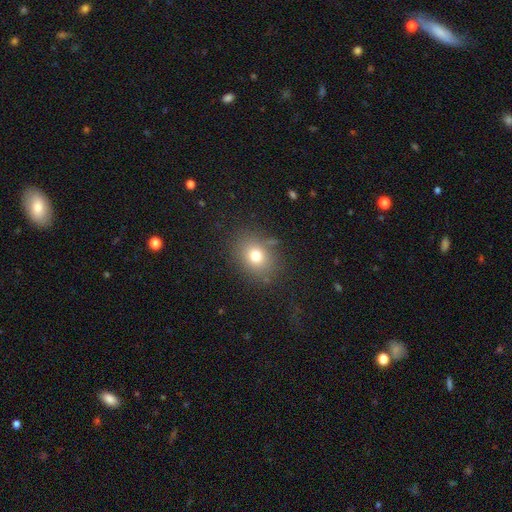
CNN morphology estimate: Smooth or featured? smooth (74%)
How rounded? in between (50%)
Merging? none (79%)